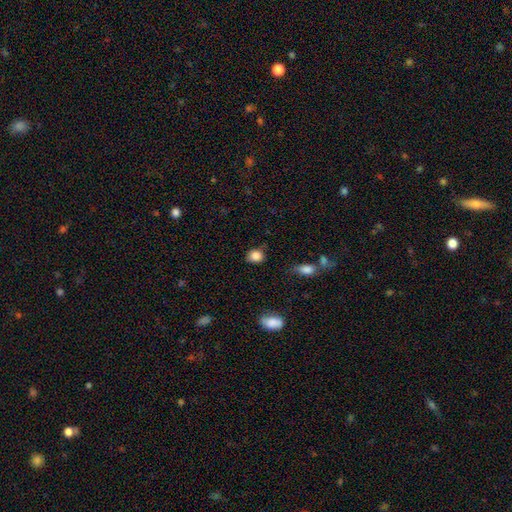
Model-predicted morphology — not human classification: smooth-or-featured: smooth: 86% | star or artifact: 9% | featured or disk: 4%
  how-rounded: round: 67% | in between: 31% | cigar-shaped: 1%
  merging: none: 77% | minor disturbance: 16% | major disturbance: 4% | merger: 3%